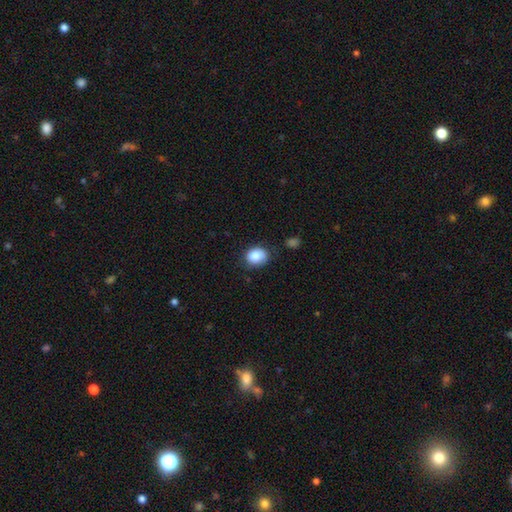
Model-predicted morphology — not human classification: type=smooth (86%); roundness=round (51%); merging=none (74%).